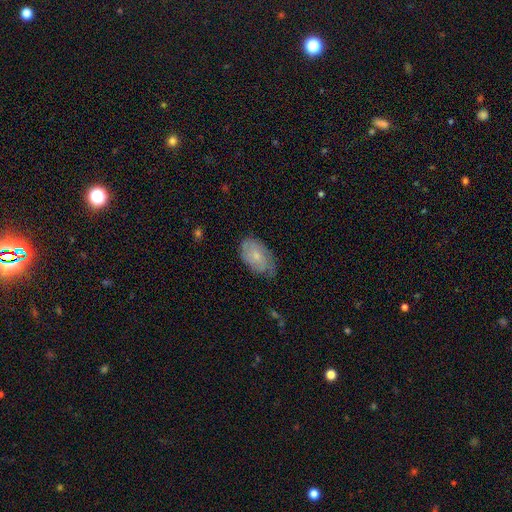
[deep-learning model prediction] smooth 51%, featured or disk 42%, star or artifact 7%. Down the decision tree: how rounded — in between (91%); merging — none (63%).